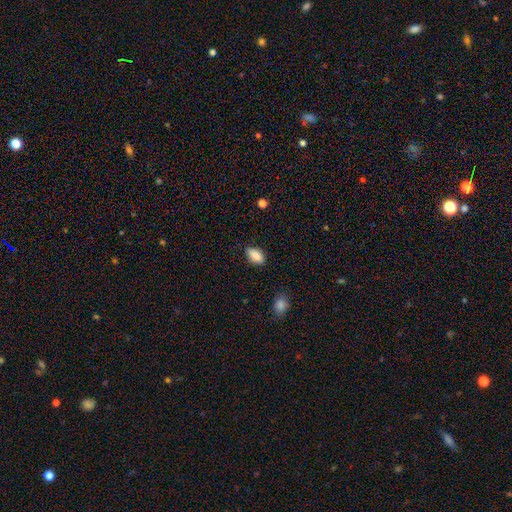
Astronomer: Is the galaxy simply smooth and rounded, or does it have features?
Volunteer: smooth — 87%.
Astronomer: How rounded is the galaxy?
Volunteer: in between — 94%.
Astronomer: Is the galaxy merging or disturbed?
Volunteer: none — 80%.